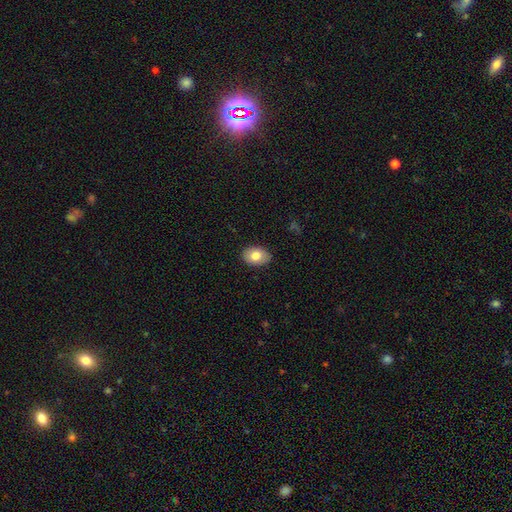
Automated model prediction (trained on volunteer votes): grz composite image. It shows a smooth galaxy with no disk features (81%) that is in between round and cigar-shaped (82%). Merging: none (88%).